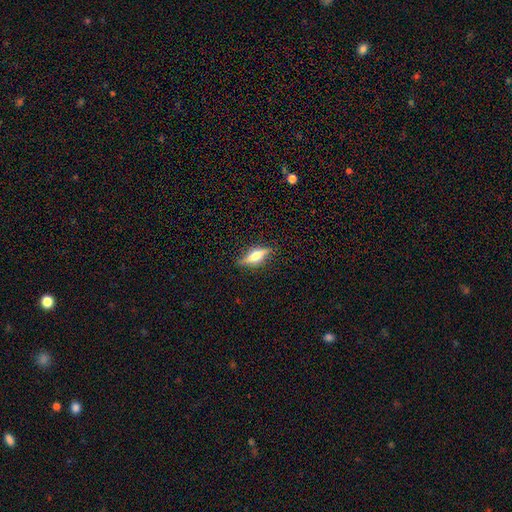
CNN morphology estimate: featured or disk 52%, smooth 41%, star or artifact 7%. Down the decision tree: edge-on disk — yes (89%); merging — none (82%).